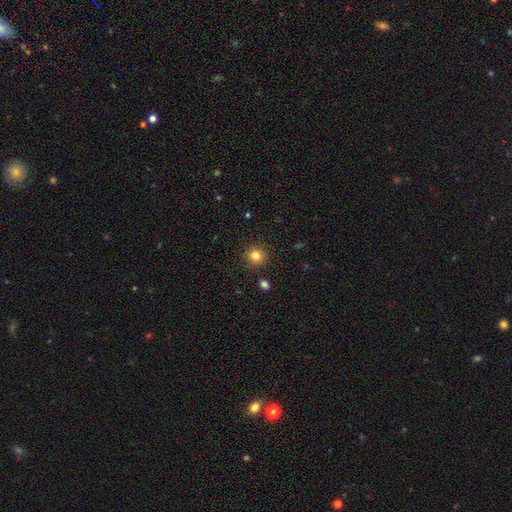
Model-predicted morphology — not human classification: This is clearly a smooth galaxy (83%). How rounded: clearly round (92%). Merging: clearly none (90%).